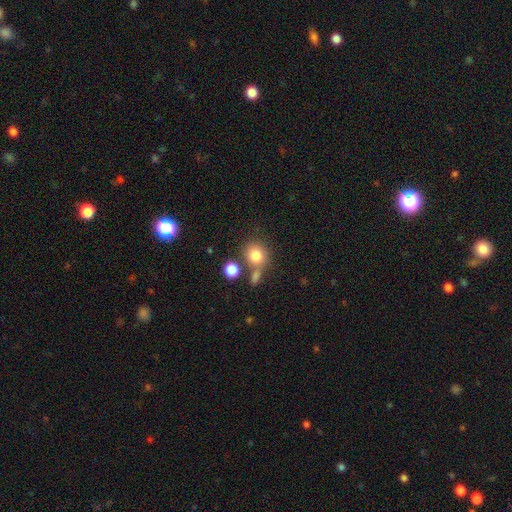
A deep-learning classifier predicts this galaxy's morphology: The model was most divided on "merging": none: 61%, merger: 22%, minor disturbance: 12%, major disturbance: 5%. More confident: smooth or featured — smooth (80%); how rounded — round (78%).